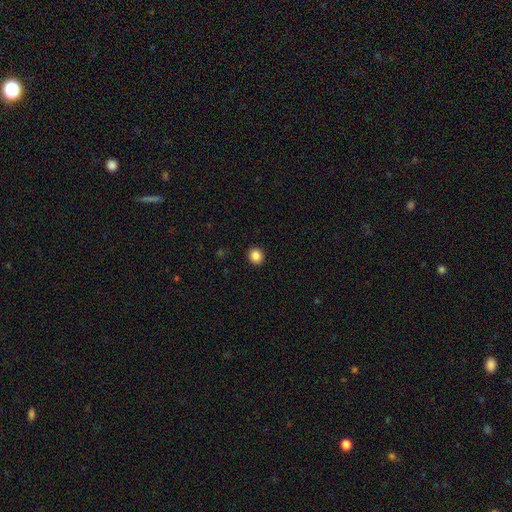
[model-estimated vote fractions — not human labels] The model was most divided on "how rounded": round: 86%, in between: 13%, cigar-shaped: 1%. More confident: merging — none (93%); smooth or featured — smooth (86%).